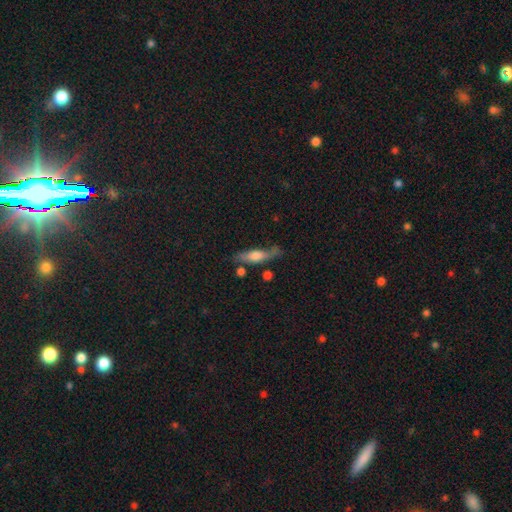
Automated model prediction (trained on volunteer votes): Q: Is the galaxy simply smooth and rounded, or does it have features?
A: smooth — 53%.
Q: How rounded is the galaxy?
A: cigar-shaped — 67%.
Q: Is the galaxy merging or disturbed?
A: none — 63%.